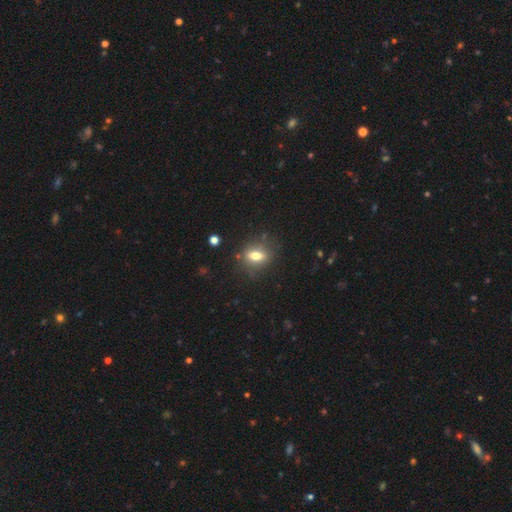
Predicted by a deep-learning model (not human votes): A smooth galaxy with no disk features (66%) that is in between round and cigar-shaped (65%).

Vote fractions:
- Smooth or featured? smooth: 66% / featured or disk: 23% / star or artifact: 11%
- How rounded? in between: 65% / round: 26% / cigar-shaped: 10%
- Merging? none: 80% / minor disturbance: 12% / major disturbance: 5% / merger: 3%